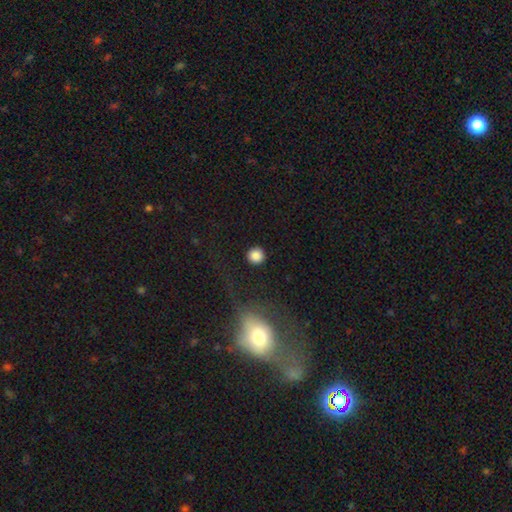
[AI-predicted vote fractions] This is clearly a smooth galaxy (86%). How rounded: clearly round (95%). Merging: clearly none (90%).